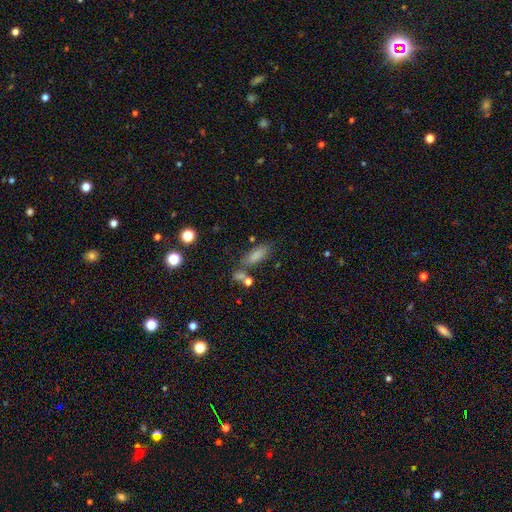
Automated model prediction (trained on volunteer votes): Smooth or featured?
  - smooth: 66% *
  - star or artifact: 18%
  - featured or disk: 17%
How rounded?
  - in between: 52% *
  - cigar-shaped: 43%
  - round: 5%
Merging?
  - none: 67% *
  - minor disturbance: 14%
  - merger: 14%
  - major disturbance: 6%